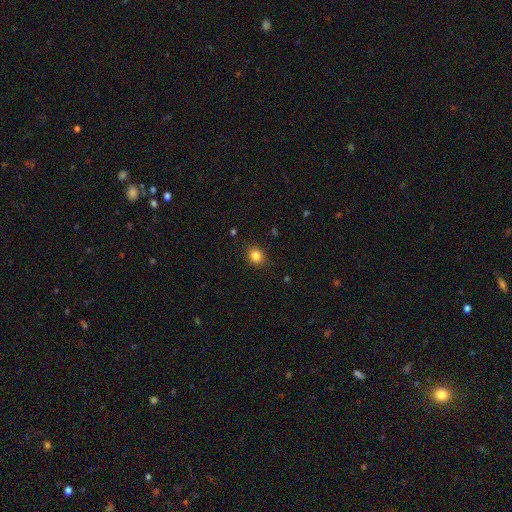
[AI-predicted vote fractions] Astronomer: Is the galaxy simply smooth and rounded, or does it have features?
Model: smooth — 84%.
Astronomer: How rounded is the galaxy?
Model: round — 61% (runner-up: in between, 38%).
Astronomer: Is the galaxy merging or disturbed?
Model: none — 87%.